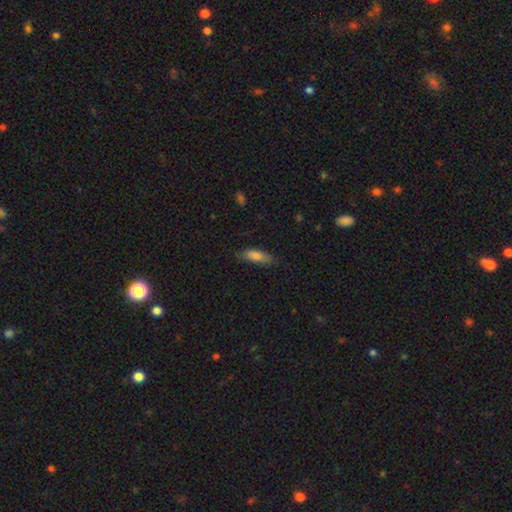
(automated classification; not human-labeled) Smooth or featured?
  - smooth: 80% *
  - featured or disk: 14%
  - star or artifact: 7%
How rounded?
  - in between: 60% *
  - cigar-shaped: 38%
  - round: 2%
Merging?
  - none: 73% *
  - minor disturbance: 21%
  - major disturbance: 5%
  - merger: 1%